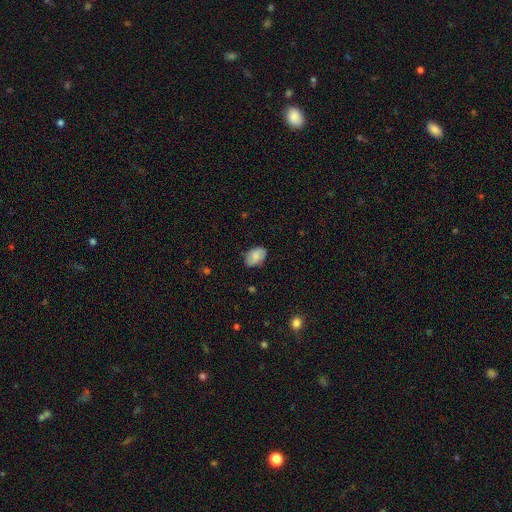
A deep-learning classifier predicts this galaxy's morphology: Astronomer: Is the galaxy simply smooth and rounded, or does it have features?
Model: smooth — 78%.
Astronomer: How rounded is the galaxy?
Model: in between — 87%.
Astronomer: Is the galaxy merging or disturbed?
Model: none — 77%.